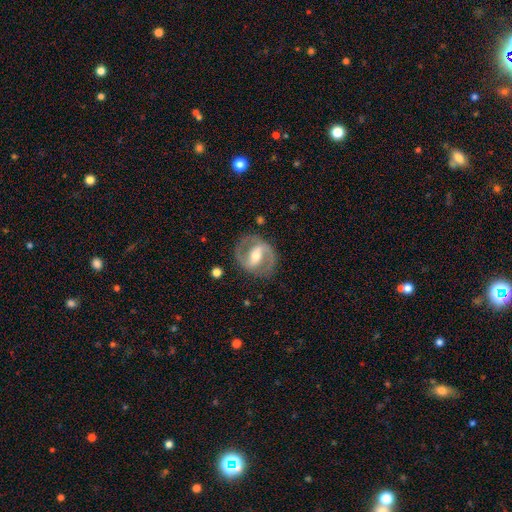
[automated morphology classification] Smooth or featured: featured or disk — 87% (smooth — 9%)
Edge-on disk: no — 97% (yes — 3%)
Bar: strong — 56% (weak — 32%)
Spiral arms: yes — 91% (no — 9%)
Spiral winding: medium — 56% (tight — 28%)
Spiral arm count: 2 — 91% (can't tell — 4%)
Bulge size: moderate — 63% (small — 30%)
Merging: none — 83% (minor disturbance — 11%)